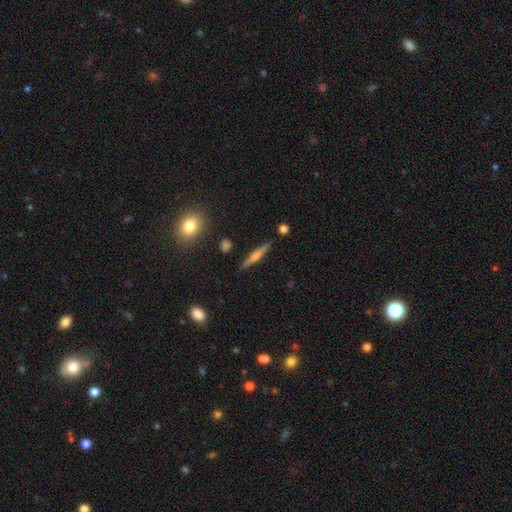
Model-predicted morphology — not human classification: The model was most divided on "smooth or featured": featured or disk: 61%, smooth: 31%, star or artifact: 8%. More confident: edge-on disk — yes (97%); merging — none (89%); edge-on bulge — rounded (79%).